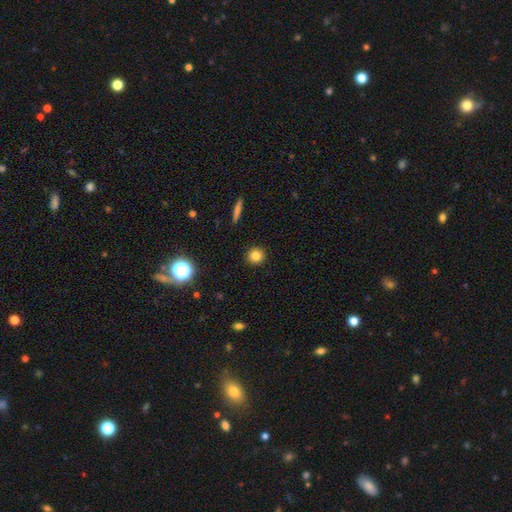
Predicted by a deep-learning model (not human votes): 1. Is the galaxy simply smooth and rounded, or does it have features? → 82% smooth, 12% star or artifact, 6% featured or disk.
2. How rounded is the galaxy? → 91% round, 8% in between, 1% cigar-shaped.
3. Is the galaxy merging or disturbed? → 92% none, 5% minor disturbance, 2% major disturbance, 1% merger.